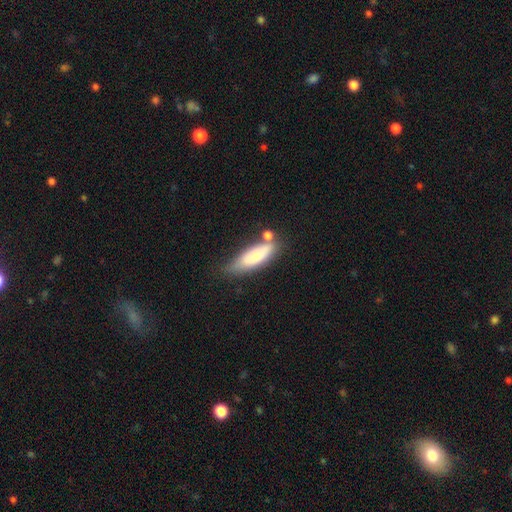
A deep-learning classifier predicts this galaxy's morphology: A smooth galaxy with no disk features (73%) that is in between round and cigar-shaped (53%). Merging: none (55%).